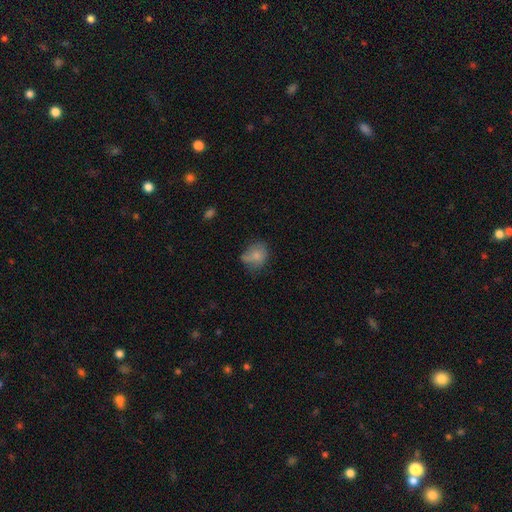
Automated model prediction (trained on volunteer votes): smooth_or_featured: smooth (p=0.74) [alt: featured or disk p=0.17]
how_rounded: round (p=0.57) [alt: in between p=0.42]
merging: none (p=0.46) [alt: minor disturbance p=0.33]